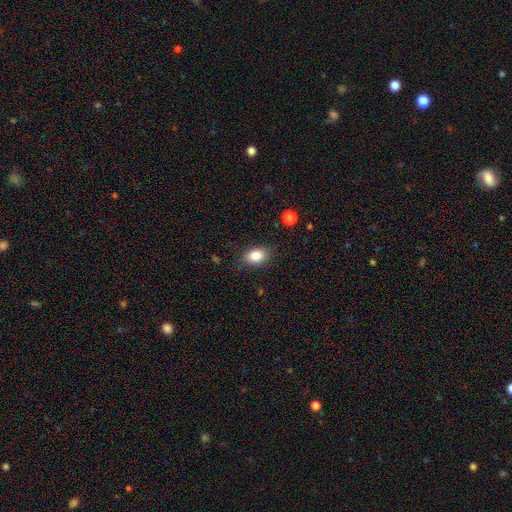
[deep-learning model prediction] smooth_or_featured: smooth (p=0.85) [alt: star or artifact p=0.09]
how_rounded: in between (p=0.76) [alt: round p=0.23]
merging: none (p=0.81) [alt: minor disturbance p=0.14]